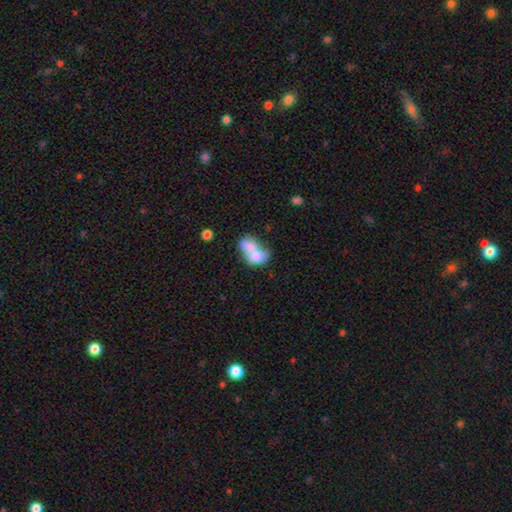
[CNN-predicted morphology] The model was most divided on "how rounded": in between: 72%, round: 26%, cigar-shaped: 2%. More confident: merging — merger (76%); smooth or featured — smooth (71%).